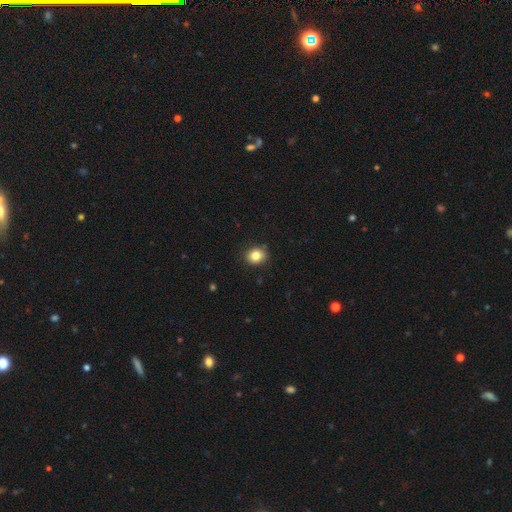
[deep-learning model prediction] This is clearly a smooth galaxy (84%). How rounded: likely round (65%). Merging: clearly none (88%).